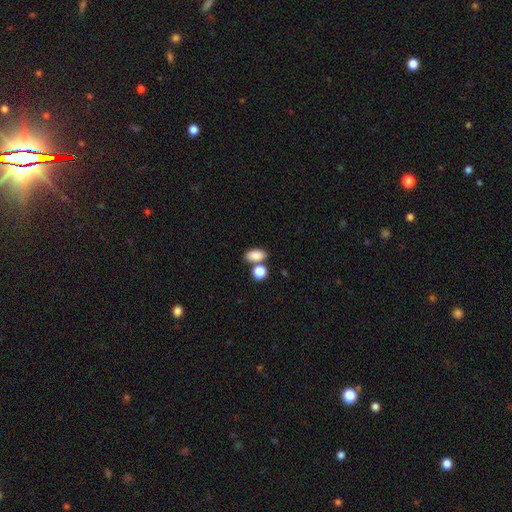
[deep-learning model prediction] This appears to be a smooth galaxy with no disk features (86%) that is in between round and cigar-shaped (87%). Merging: none (61%).